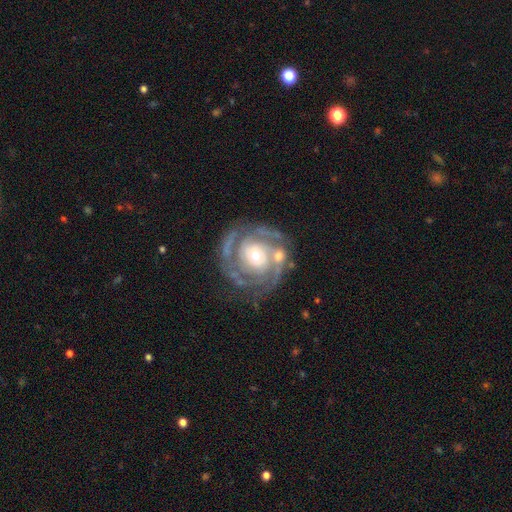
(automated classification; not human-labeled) featured or disk 88%, smooth 6%, star or artifact 6%. Down the decision tree: edge-on disk — no (97%); bar — no (69%); spiral arms — yes (96%); spiral arm count — 2 (40%); spiral winding — tight (69%); bulge size — small (49%); merging — none (68%).